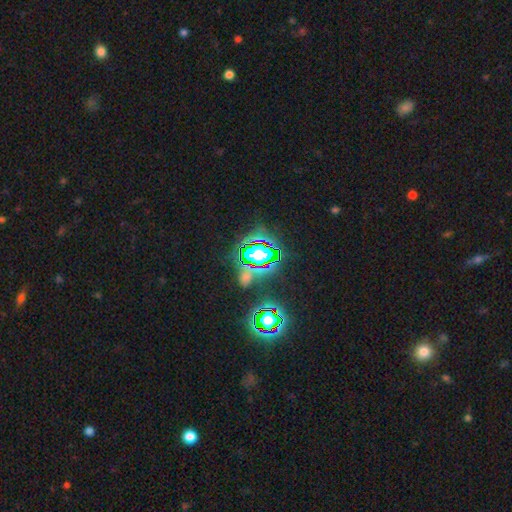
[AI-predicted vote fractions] This is clearly a star or artifact rather than a galaxy (81%).